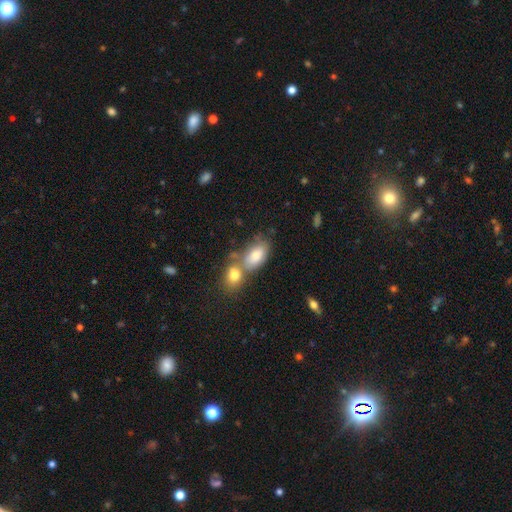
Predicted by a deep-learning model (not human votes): smooth-or-featured: smooth: 79% | featured or disk: 14% | star or artifact: 7%
  how-rounded: in between: 92% | round: 5% | cigar-shaped: 3%
  merging: merger: 49% | none: 33% | minor disturbance: 13% | major disturbance: 5%